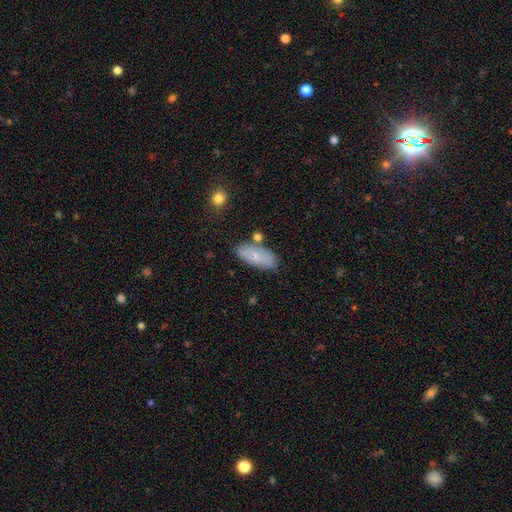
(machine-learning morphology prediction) smooth_or_featured: smooth (p=0.61) [alt: featured or disk p=0.32]
how_rounded: in between (p=0.85) [alt: cigar-shaped p=0.12]
merging: none (p=0.71) [alt: minor disturbance p=0.17]